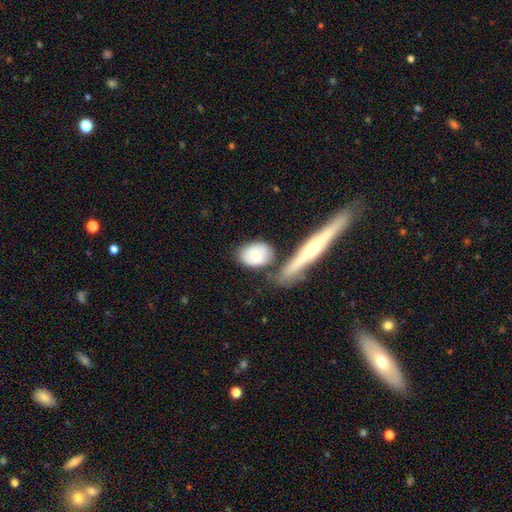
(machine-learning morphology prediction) Smooth or featured? Predicted: smooth (p=0.69). How rounded? Predicted: in between (p=0.74). Merging? Predicted: none (p=0.59).